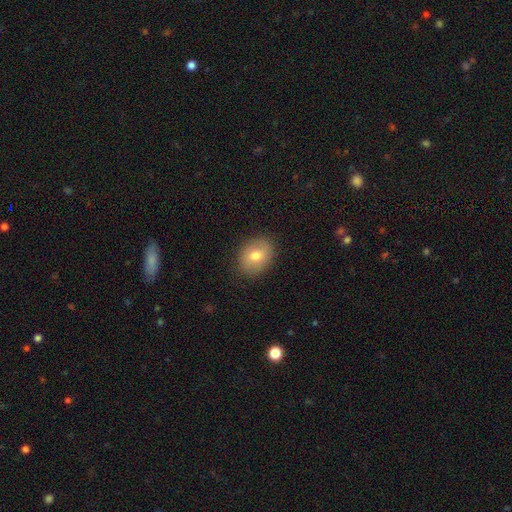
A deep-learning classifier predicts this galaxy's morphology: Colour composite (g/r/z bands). It shows a smooth galaxy with no disk features (73%) that is in between round and cigar-shaped (55%). Merging: none (87%).